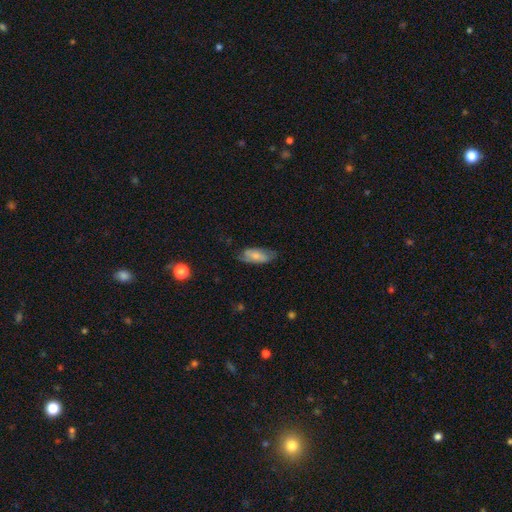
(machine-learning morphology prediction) smooth-or-featured: smooth: 64% | featured or disk: 30% | star or artifact: 7%
  how-rounded: in between: 83% | cigar-shaped: 14% | round: 2%
  merging: none: 65% | minor disturbance: 26% | major disturbance: 8% | merger: 1%